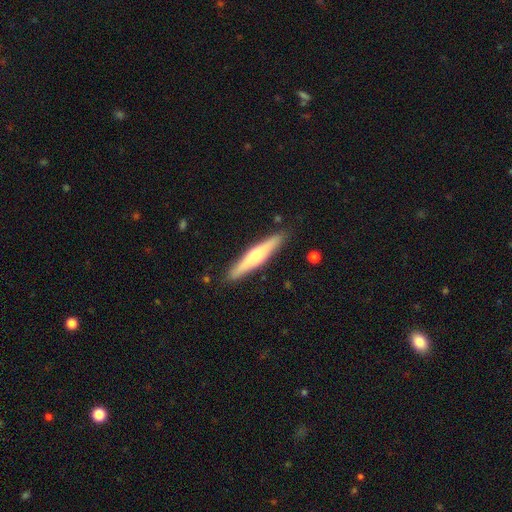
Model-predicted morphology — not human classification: Smooth or featured? Predicted: featured or disk (p=0.53). Edge-on disk? Predicted: yes (p=0.94). Edge-on bulge? Predicted: rounded (p=0.84). Merging? Predicted: none (p=0.89).